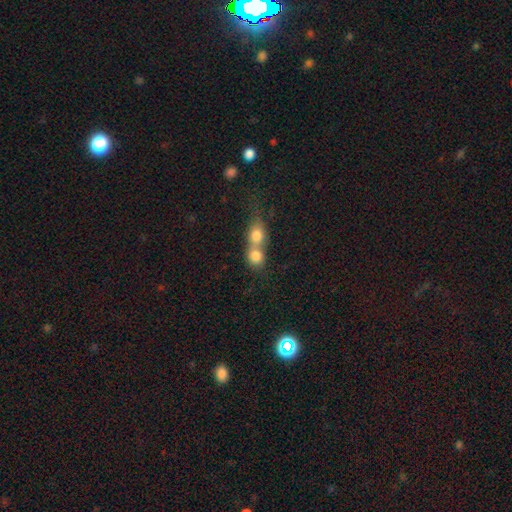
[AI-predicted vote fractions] A smooth galaxy with no disk features (77%) that is round (69%). Merging: merger (74%).